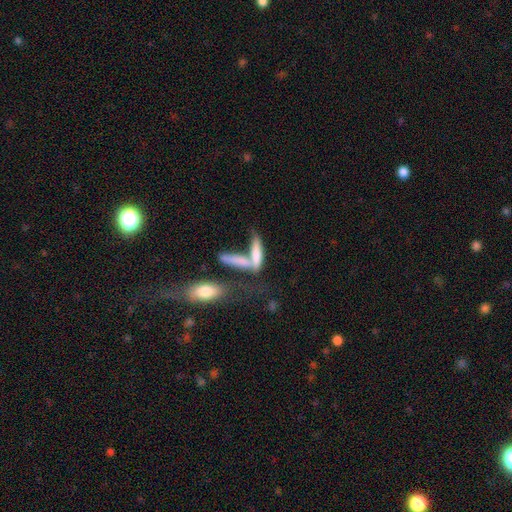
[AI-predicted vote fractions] Smooth or featured? Predicted: smooth (p=0.67). How rounded? Predicted: cigar-shaped (p=0.68). Merging? Predicted: merger (p=0.51).